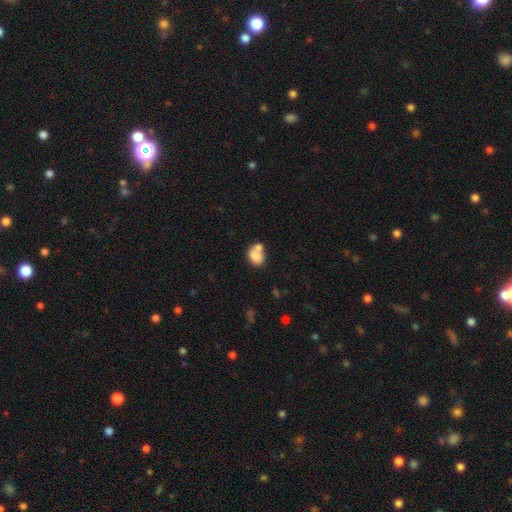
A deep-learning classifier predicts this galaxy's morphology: smooth-or-featured: smooth: 80% | featured or disk: 11% | star or artifact: 9%
  how-rounded: in between: 61% | round: 38% | cigar-shaped: 1%
  merging: merger: 45% | none: 38% | minor disturbance: 12% | major disturbance: 5%